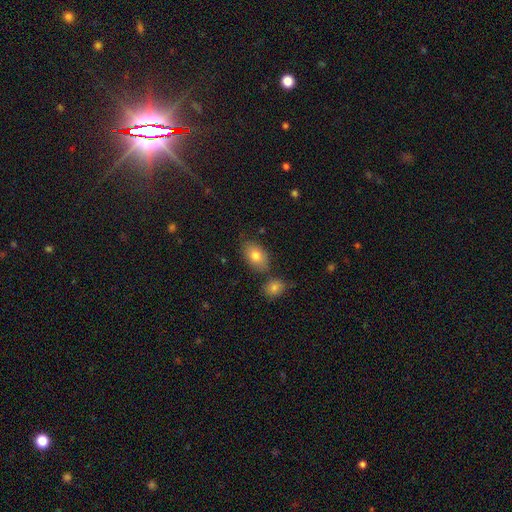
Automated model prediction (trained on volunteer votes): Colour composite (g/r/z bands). It shows a smooth galaxy with no disk features (79%) that is in between round and cigar-shaped (87%). Merging: none (72%).